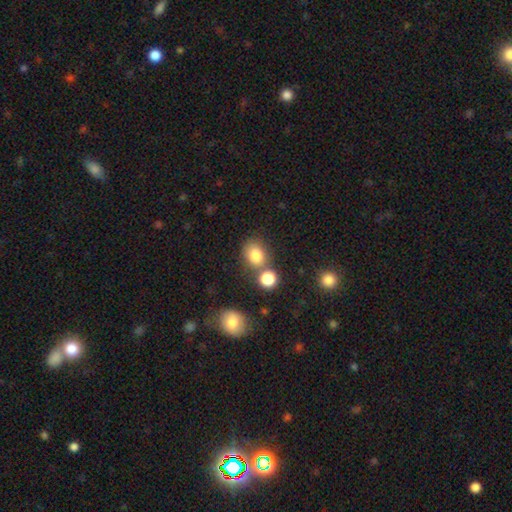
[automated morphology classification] Smooth or featured? smooth (80%)
How rounded? round (57%)
Merging? none (65%)